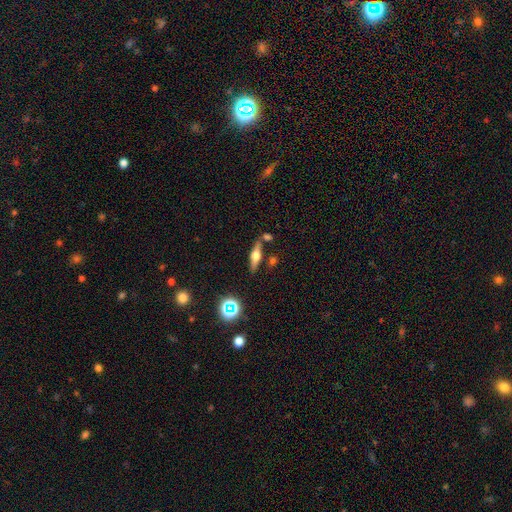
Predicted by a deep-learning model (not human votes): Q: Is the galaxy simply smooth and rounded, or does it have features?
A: featured or disk — 62%.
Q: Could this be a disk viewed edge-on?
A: yes — 93%.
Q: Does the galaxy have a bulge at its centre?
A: rounded — 93%.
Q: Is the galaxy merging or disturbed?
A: none — 74%.